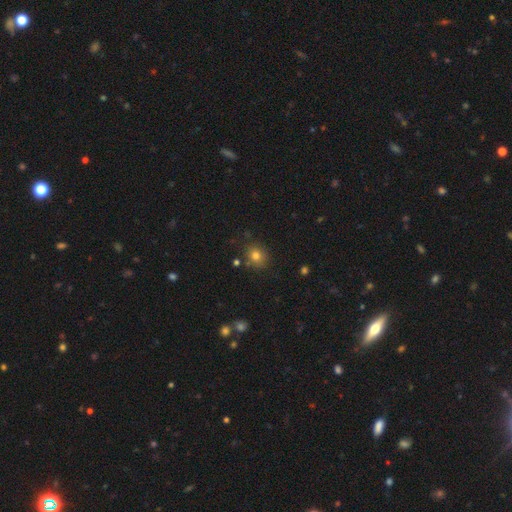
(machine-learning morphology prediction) Q: Smooth or featured?
A: smooth (78%); runner-up: star or artifact (14%)
Q: How rounded?
A: round (80%); runner-up: in between (19%)
Q: Merging?
A: none (82%); runner-up: minor disturbance (11%)